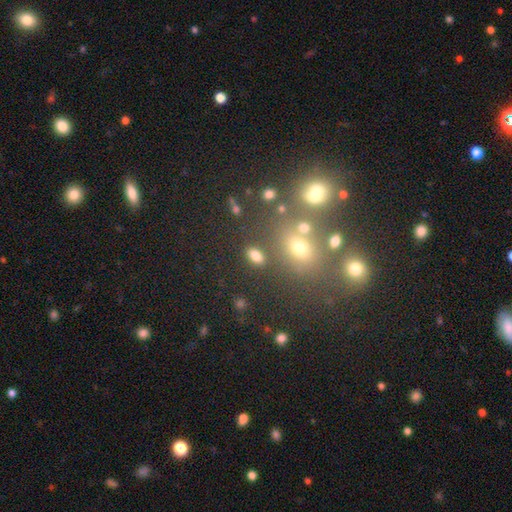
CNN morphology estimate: smooth 78%, star or artifact 14%, featured or disk 8%. Down the decision tree: how rounded — in between (85%); merging — none (78%).